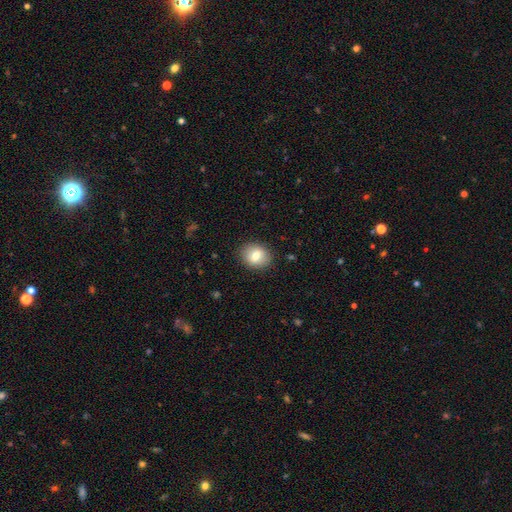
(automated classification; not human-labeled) Q: Smooth or featured?
A: smooth (79%); runner-up: featured or disk (13%)
Q: How rounded?
A: round (57%); runner-up: in between (42%)
Q: Merging?
A: none (88%); runner-up: minor disturbance (8%)